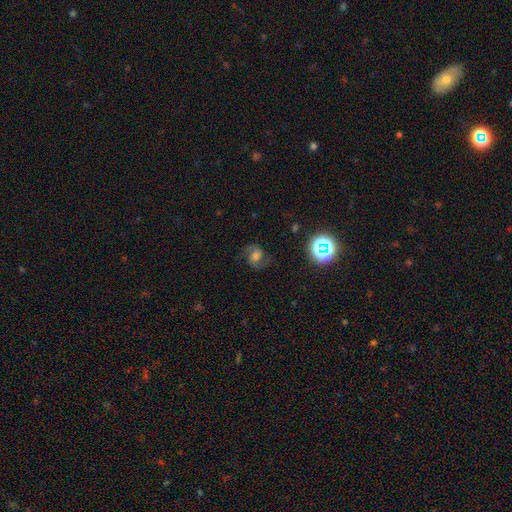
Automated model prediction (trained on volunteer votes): Morphology: type=featured or disk (73%); edge-on=no (98%); bar=weak (43%); spiral arms=yes (96%); winding=medium (56%); arm count=2 (92%); bulge=moderate (45%); merging=none (77%).